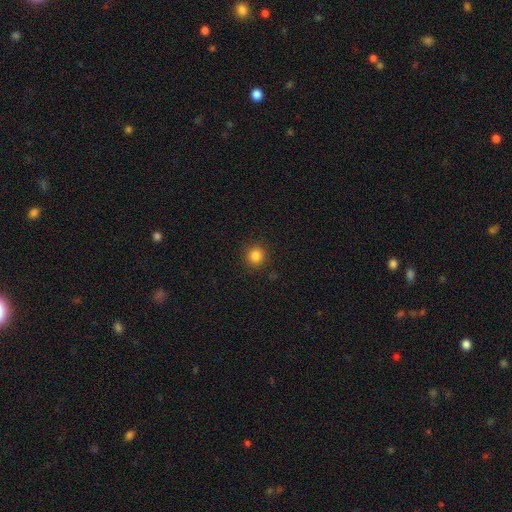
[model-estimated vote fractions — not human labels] smooth 84%, star or artifact 12%, featured or disk 4%. Down the decision tree: how rounded — round (92%); merging — none (91%).